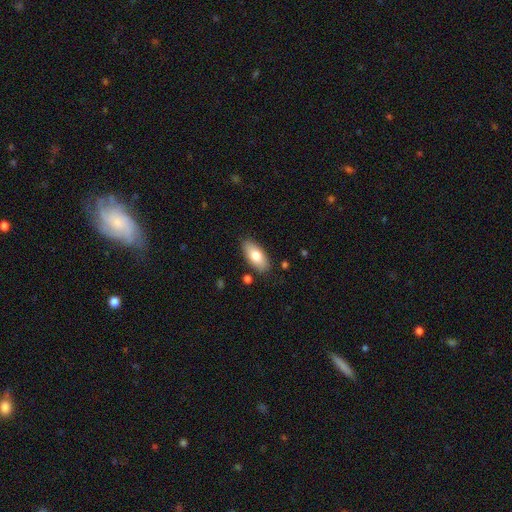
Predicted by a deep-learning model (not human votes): This appears to be a smooth galaxy with no disk features (77%) that is in between round and cigar-shaped (88%). Merging: none (85%).